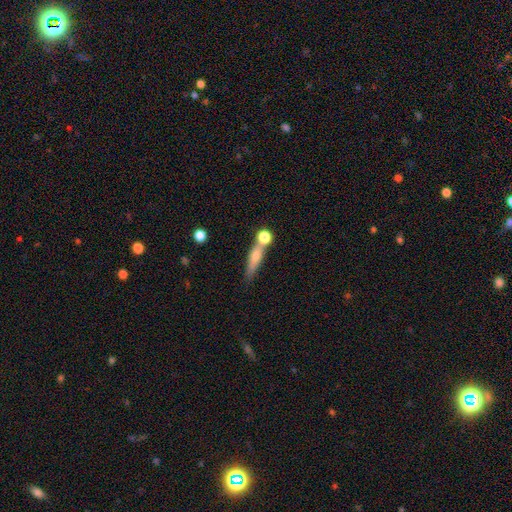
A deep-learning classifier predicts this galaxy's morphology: type=smooth (61%); roundness=cigar-shaped (69%); merging=none (51%).